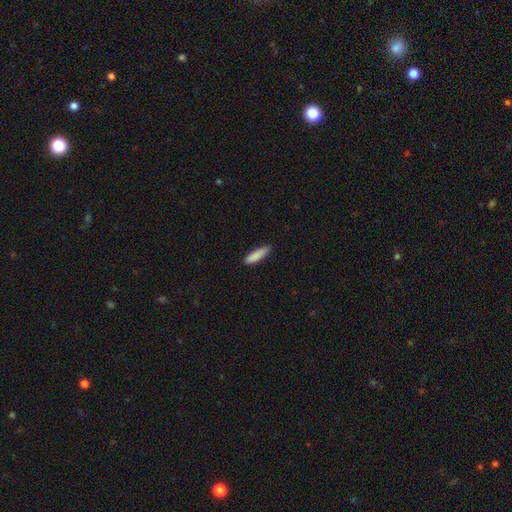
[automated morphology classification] type=smooth (87%); roundness=cigar-shaped (73%); merging=none (80%).